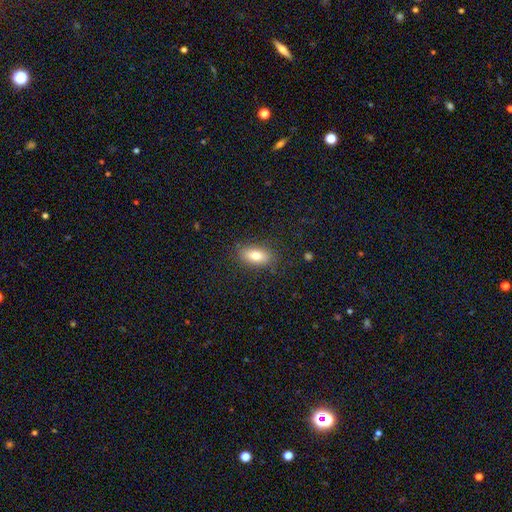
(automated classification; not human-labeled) smooth_or_featured: smooth (p=0.79) [alt: featured or disk p=0.13]
how_rounded: in between (p=0.87) [alt: cigar-shaped p=0.08]
merging: none (p=0.85) [alt: minor disturbance p=0.11]